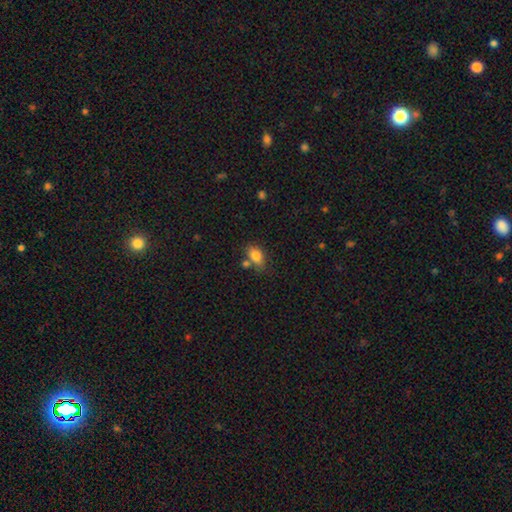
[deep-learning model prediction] Smooth or featured? Predicted: smooth (p=0.81). How rounded? Predicted: in between (p=0.82). Merging? Predicted: none (p=0.59).